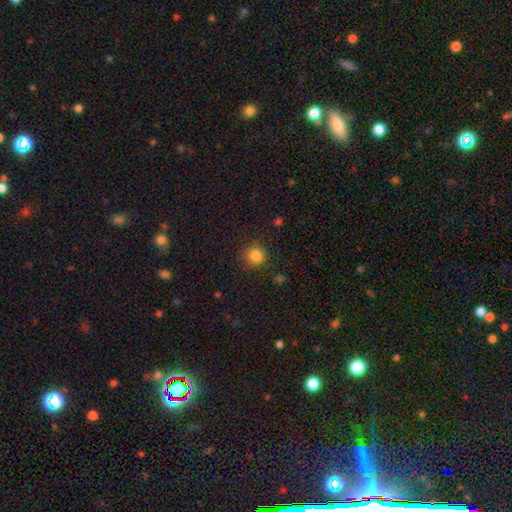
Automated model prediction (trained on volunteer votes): Smooth or featured?
  - smooth: 85% *
  - star or artifact: 11%
  - featured or disk: 4%
How rounded?
  - round: 91% *
  - in between: 8%
  - cigar-shaped: 1%
Merging?
  - none: 83% *
  - minor disturbance: 12%
  - major disturbance: 4%
  - merger: 2%